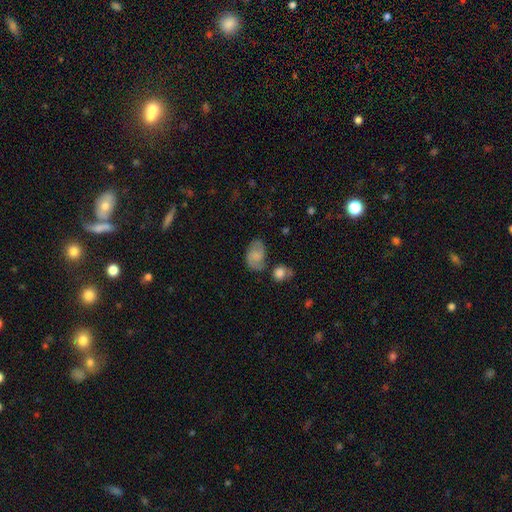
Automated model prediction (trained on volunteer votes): This appears to be a smooth galaxy with no disk features (58%) that is in between round and cigar-shaped (84%). Merging: none (61%).